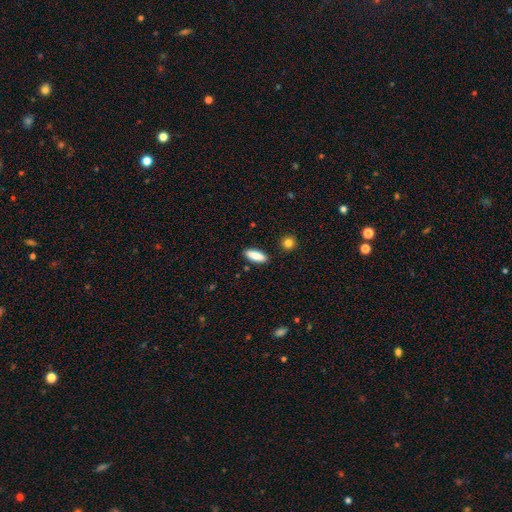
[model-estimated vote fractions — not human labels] Smooth or featured?
  - smooth: 87% *
  - featured or disk: 7%
  - star or artifact: 6%
How rounded?
  - in between: 66% *
  - cigar-shaped: 32%
  - round: 2%
Merging?
  - none: 88% *
  - minor disturbance: 9%
  - major disturbance: 2%
  - merger: 2%